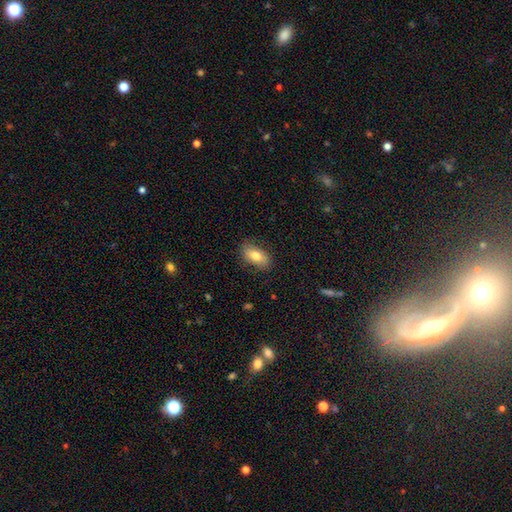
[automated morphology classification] Q: Smooth or featured?
A: smooth (75%); runner-up: featured or disk (18%)
Q: How rounded?
A: in between (90%); runner-up: round (6%)
Q: Merging?
A: none (82%); runner-up: minor disturbance (13%)